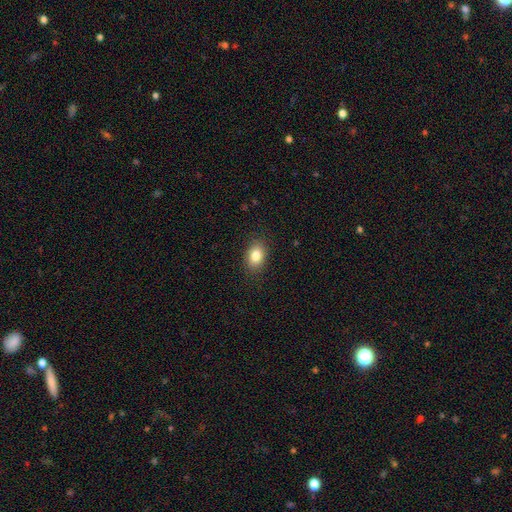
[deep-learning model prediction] smooth-or-featured: smooth: 83% | star or artifact: 9% | featured or disk: 8%
  how-rounded: in between: 78% | round: 20% | cigar-shaped: 1%
  merging: none: 87% | minor disturbance: 9% | major disturbance: 3% | merger: 1%